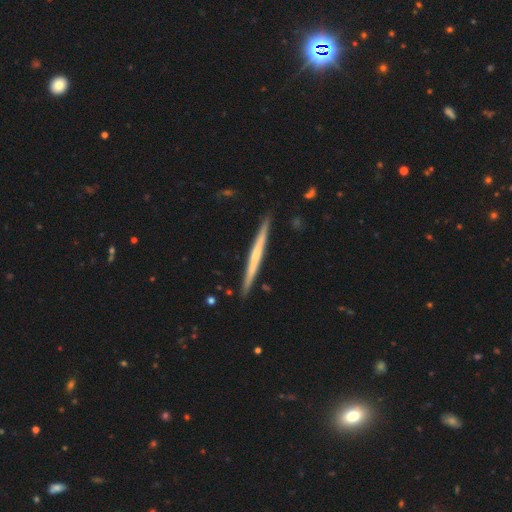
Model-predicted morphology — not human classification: This is possibly a featured or disk galaxy (59%). It is clearly viewed edge-on (98%). Edge-on bulge: likely none (71%). Merging: clearly none (91%).